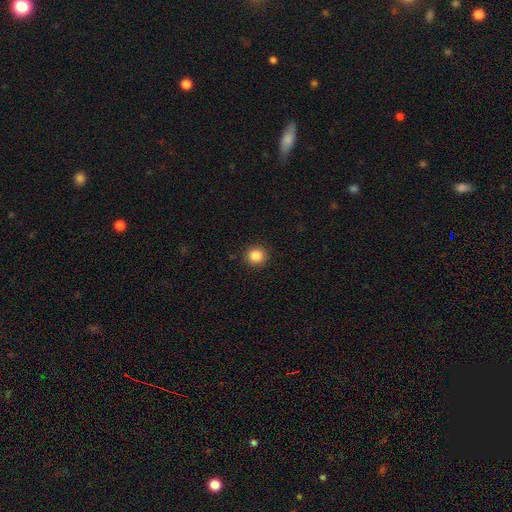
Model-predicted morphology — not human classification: smooth-or-featured: smooth: 85% | star or artifact: 10% | featured or disk: 4%
  how-rounded: round: 92% | in between: 7% | cigar-shaped: 1%
  merging: none: 92% | minor disturbance: 5% | major disturbance: 2% | merger: 1%